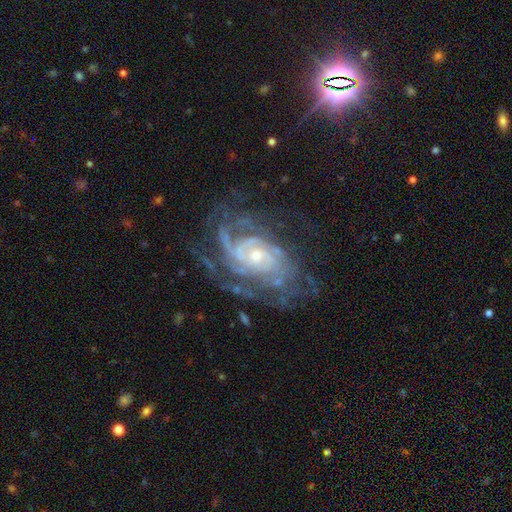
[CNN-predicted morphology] Q: Smooth or featured?
A: featured or disk (89%); runner-up: star or artifact (6%)
Q: Edge-on disk?
A: no (97%); runner-up: yes (3%)
Q: Bar?
A: no (70%); runner-up: weak (23%)
Q: Spiral arms?
A: yes (97%); runner-up: no (3%)
Q: Spiral winding?
A: tight (67%); runner-up: medium (27%)
Q: Spiral arm count?
A: can't tell (26%); runner-up: 2 (21%)
Q: Bulge size?
A: small (62%); runner-up: moderate (33%)
Q: Merging?
A: none (66%); runner-up: minor disturbance (19%)